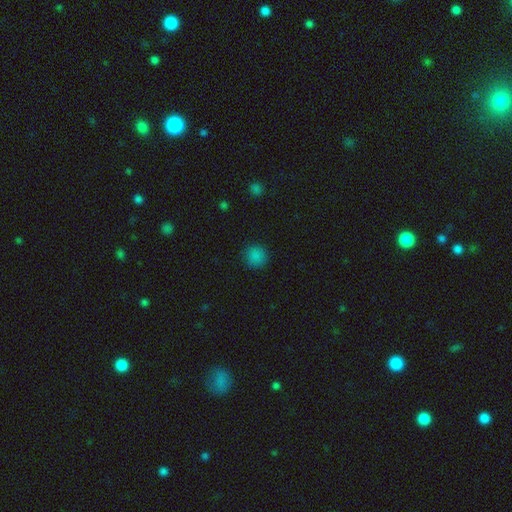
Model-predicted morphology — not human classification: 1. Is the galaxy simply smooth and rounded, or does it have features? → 84% smooth, 13% star or artifact, 3% featured or disk.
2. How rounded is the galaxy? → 93% round, 6% in between, 1% cigar-shaped.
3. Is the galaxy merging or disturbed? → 89% none, 7% minor disturbance, 2% major disturbance, 1% merger.